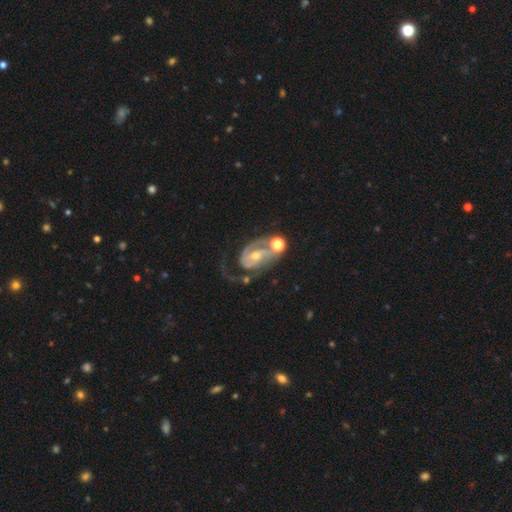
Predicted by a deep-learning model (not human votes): Morphology: type=featured or disk (88%); edge-on=no (97%); bar=weak (44%); spiral arms=yes (96%); winding=medium (45%); arm count=2 (75%); bulge=small (49%); merging=none (40%).